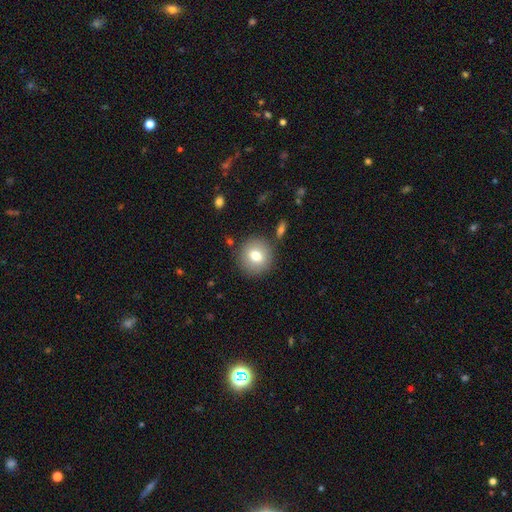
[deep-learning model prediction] Q: Smooth or featured?
A: smooth (75%); runner-up: featured or disk (16%)
Q: How rounded?
A: round (92%); runner-up: in between (7%)
Q: Merging?
A: none (85%); runner-up: minor disturbance (8%)